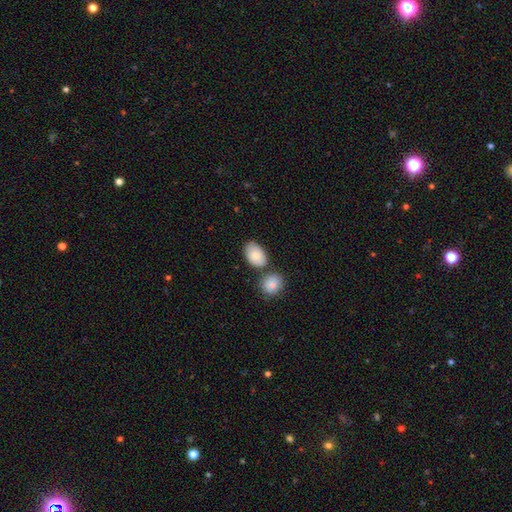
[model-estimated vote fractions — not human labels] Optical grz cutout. It shows a smooth galaxy with no disk features (83%) that is in between round and cigar-shaped (89%). Merging: none (60%).